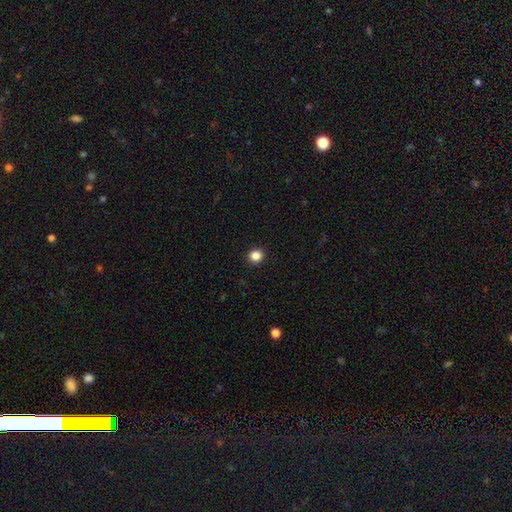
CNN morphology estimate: A smooth galaxy with no disk features (84%) that is round (92%).

Vote fractions:
- Smooth or featured? smooth: 84% / star or artifact: 12% / featured or disk: 4%
- How rounded? round: 92% / in between: 7% / cigar-shaped: 1%
- Merging? none: 93% / minor disturbance: 4% / major disturbance: 2% / merger: 1%